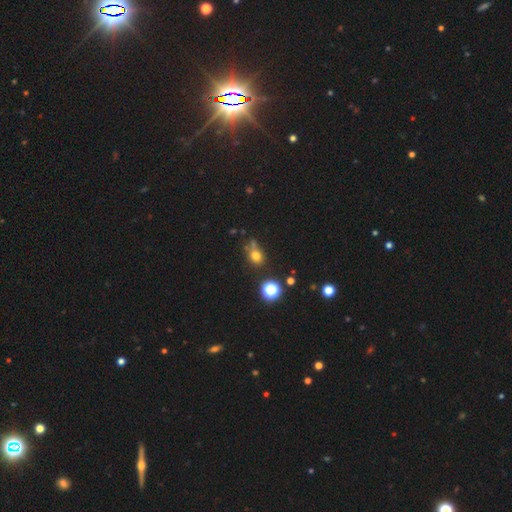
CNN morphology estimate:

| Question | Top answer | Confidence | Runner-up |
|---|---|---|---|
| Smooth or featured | smooth | 72% | star or artifact (19%) |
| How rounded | round | 69% | in between (29%) |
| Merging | none | 55% | minor disturbance (23%) |